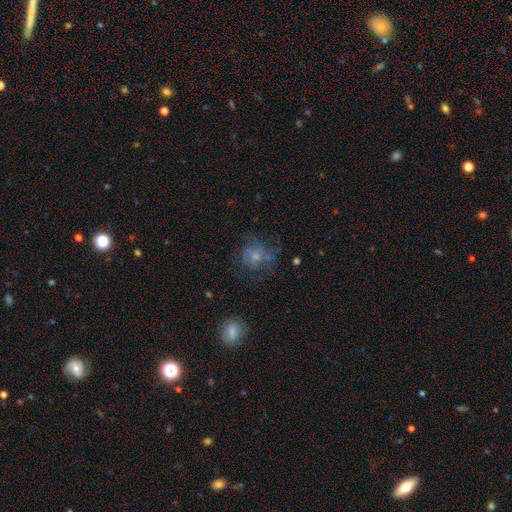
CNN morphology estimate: smooth_or_featured: smooth (p=0.53) [alt: featured or disk p=0.33]
how_rounded: round (p=0.74) [alt: in between p=0.25]
merging: none (p=0.52) [alt: major disturbance p=0.22]